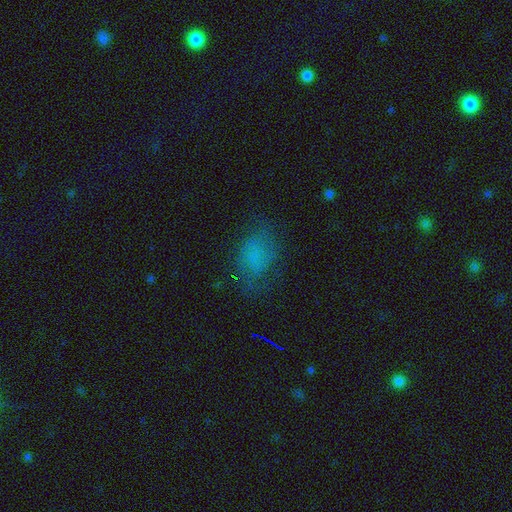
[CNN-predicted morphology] smooth-or-featured: smooth: 60% | featured or disk: 23% | star or artifact: 17%
  how-rounded: in between: 80% | round: 17% | cigar-shaped: 2%
  merging: none: 58% | minor disturbance: 24% | major disturbance: 16% | merger: 2%